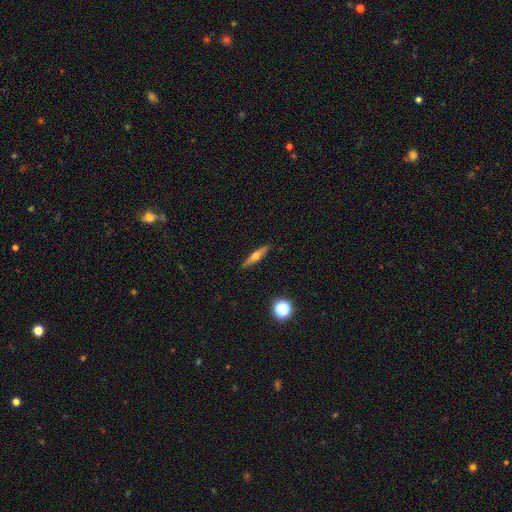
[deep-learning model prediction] Q: Smooth or featured?
A: featured or disk (55%); runner-up: smooth (37%)
Q: Edge-on disk?
A: yes (95%); runner-up: no (5%)
Q: Edge-on bulge?
A: rounded (90%); runner-up: none (6%)
Q: Merging?
A: none (90%); runner-up: minor disturbance (7%)